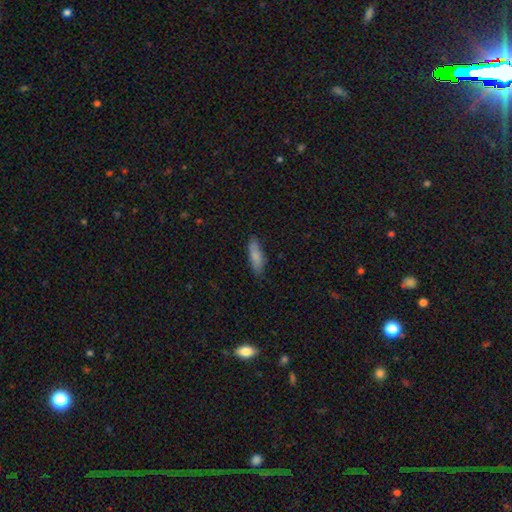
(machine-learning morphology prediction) smooth-or-featured: smooth: 81% | featured or disk: 12% | star or artifact: 6%
  how-rounded: cigar-shaped: 53% | in between: 45% | round: 2%
  merging: none: 82% | minor disturbance: 14% | major disturbance: 3% | merger: 1%